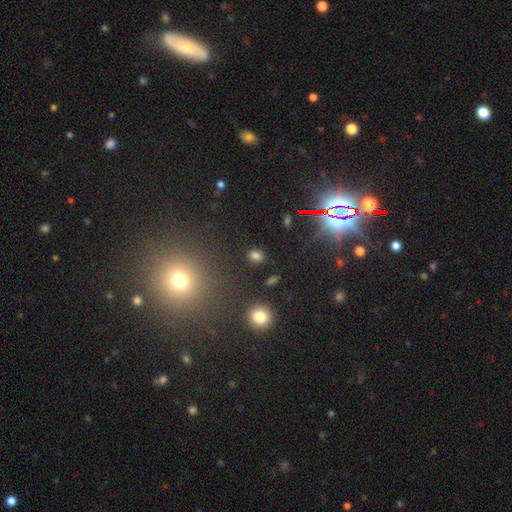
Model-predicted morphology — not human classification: A smooth galaxy with no disk features (76%) that is in between round and cigar-shaped (49%, tied with round).

Vote fractions:
- Smooth or featured? smooth: 76% / star or artifact: 19% / featured or disk: 5%
- How rounded? in between: 49% (tied) / round: 49% (tied) / cigar-shaped: 2%
- Merging? none: 87% / minor disturbance: 8% / major disturbance: 3% / merger: 3%